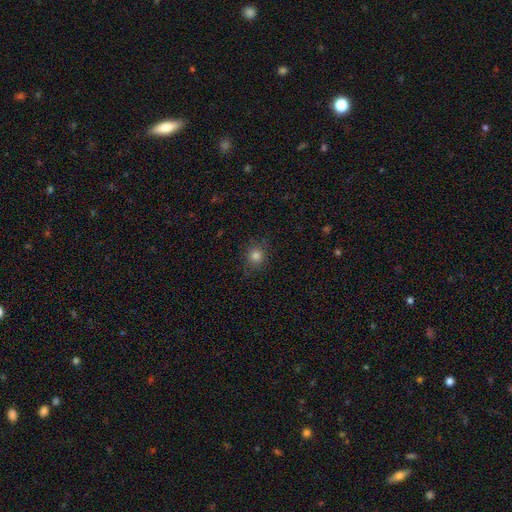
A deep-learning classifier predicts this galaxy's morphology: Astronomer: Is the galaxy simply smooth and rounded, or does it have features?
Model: smooth — 82%.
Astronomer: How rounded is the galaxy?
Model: round — 86%.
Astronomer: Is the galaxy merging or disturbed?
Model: none — 85%.